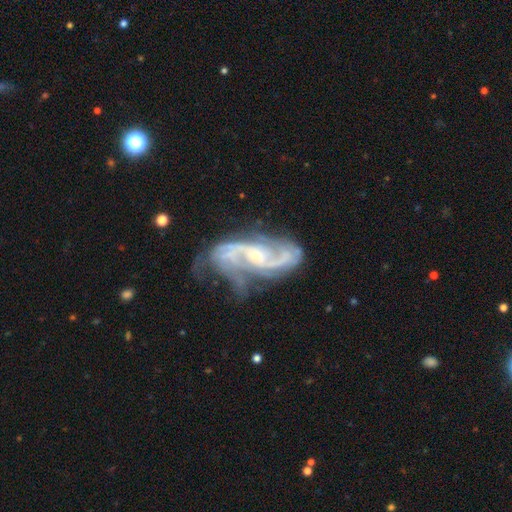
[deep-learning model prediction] Smooth or featured? Predicted: featured or disk (p=0.89). Edge-on disk? Predicted: no (p=0.96). Bar? Predicted: weak (p=0.43). Spiral arms? Predicted: yes (p=0.97). Spiral winding? Predicted: medium (p=0.49). Spiral arm count? Predicted: 2 (p=0.71). Bulge size? Predicted: small (p=0.50). Merging? Predicted: none (p=0.51).